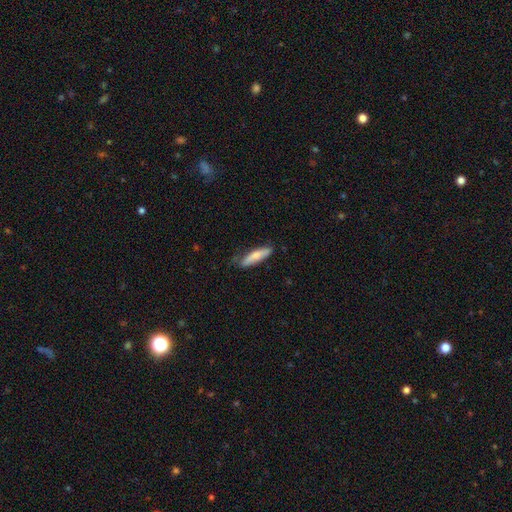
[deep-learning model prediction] smooth_or_featured: smooth (p=0.73) [alt: featured or disk p=0.22]
how_rounded: cigar-shaped (p=0.74) [alt: in between p=0.24]
merging: none (p=0.70) [alt: minor disturbance p=0.24]